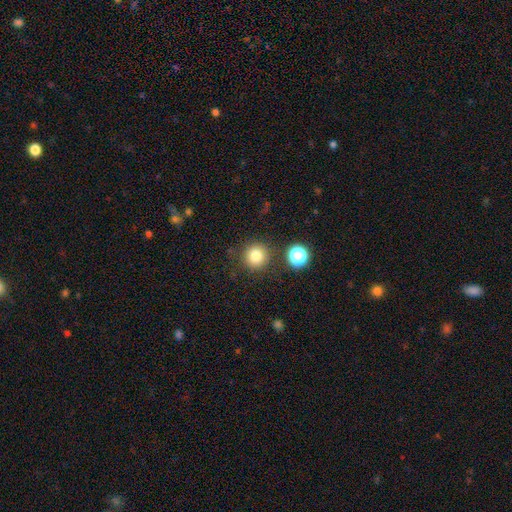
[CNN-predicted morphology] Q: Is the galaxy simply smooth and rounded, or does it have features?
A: smooth — 81%.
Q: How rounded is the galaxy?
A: round — 94%.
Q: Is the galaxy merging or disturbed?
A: none — 85%.